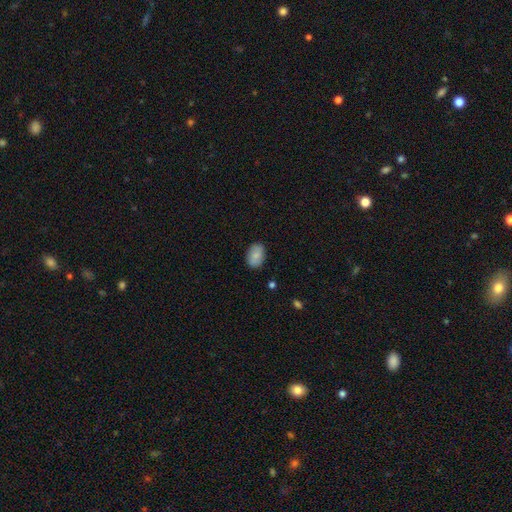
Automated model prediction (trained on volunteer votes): Smooth or featured: smooth — 84% (featured or disk — 9%)
How rounded: in between — 87% (round — 12%)
Merging: none — 85% (minor disturbance — 11%)